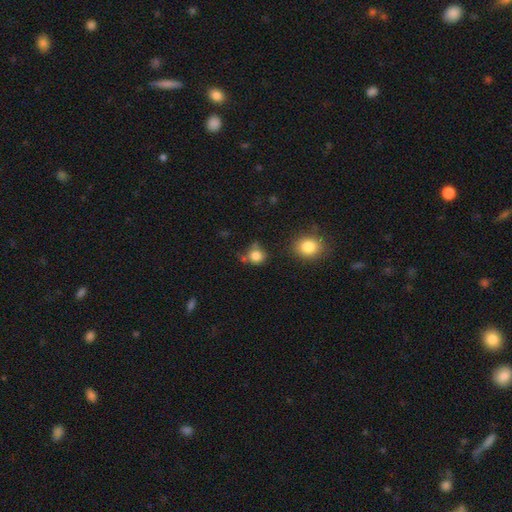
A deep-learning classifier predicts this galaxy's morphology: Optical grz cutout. It shows a smooth galaxy with no disk features (82%) that is round (84%). Merging: none (61%).